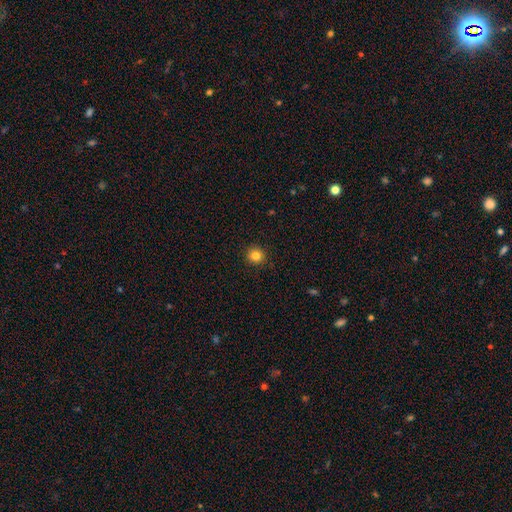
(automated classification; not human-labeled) The model was most divided on "smooth or featured": smooth: 84%, star or artifact: 12%, featured or disk: 5%. More confident: how rounded — round (94%); merging — none (92%).